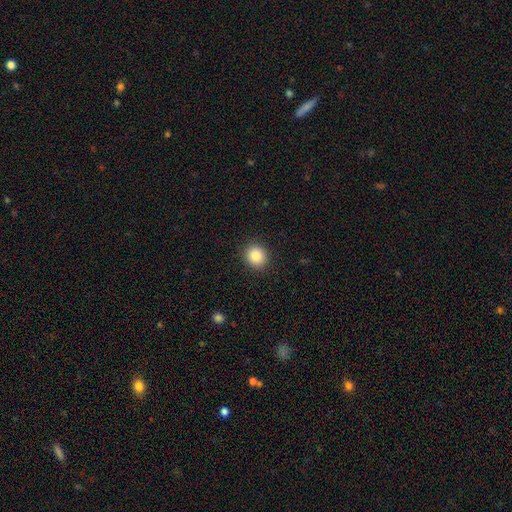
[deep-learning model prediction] Smooth or featured? smooth (85%)
How rounded? round (85%)
Merging? none (91%)